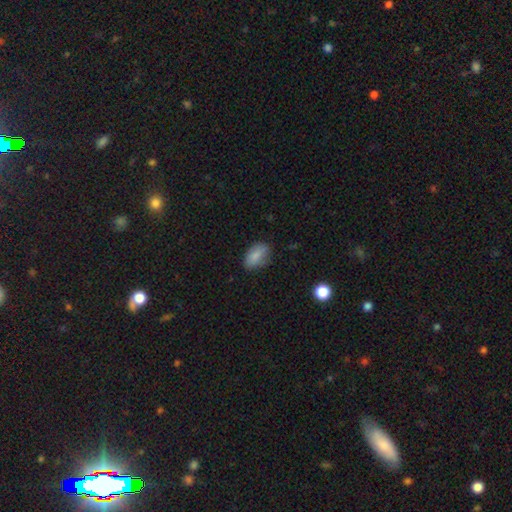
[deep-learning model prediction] smooth-or-featured: smooth: 84% | featured or disk: 8% | star or artifact: 8%
  how-rounded: in between: 90% | round: 7% | cigar-shaped: 3%
  merging: none: 72% | minor disturbance: 22% | major disturbance: 5% | merger: 1%